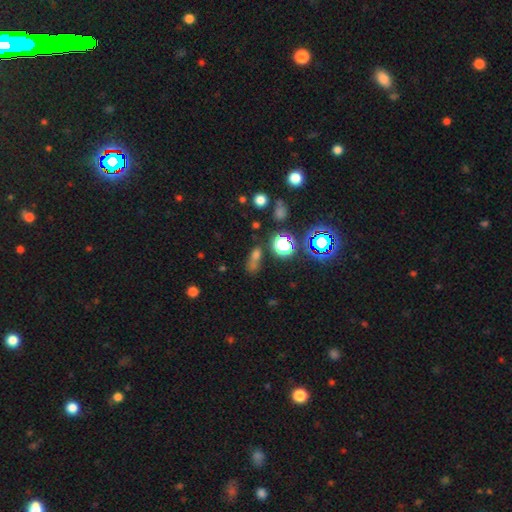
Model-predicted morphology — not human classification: smooth-or-featured: smooth: 54% | star or artifact: 35% | featured or disk: 11%
  how-rounded: in between: 49% | round: 35% | cigar-shaped: 16%
  merging: none: 56% | merger: 19% | minor disturbance: 16% | major disturbance: 10%